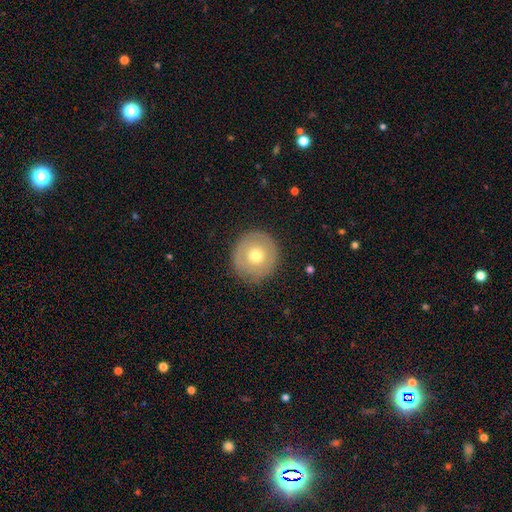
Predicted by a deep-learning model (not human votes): Q: Smooth or featured?
A: smooth (59%); runner-up: featured or disk (34%)
Q: How rounded?
A: round (92%); runner-up: in between (7%)
Q: Merging?
A: none (85%); runner-up: minor disturbance (11%)